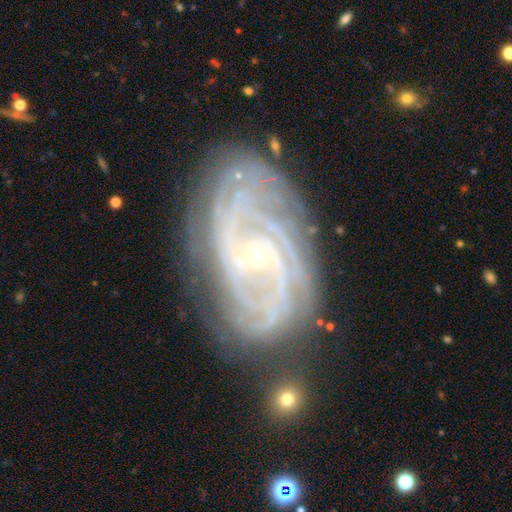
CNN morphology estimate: Smooth or featured: featured or disk — 90% (star or artifact — 6%)
Edge-on disk: no — 97% (yes — 3%)
Bar: no — 64% (weak — 26%)
Spiral arms: yes — 98% (no — 2%)
Spiral winding: tight — 72% (medium — 24%)
Spiral arm count: 2 — 20% (tied with can't tell — 20%; 4 — 20%; 3 — 20%)
Bulge size: small — 85% (moderate — 11%)
Merging: none — 76% (minor disturbance — 17%)